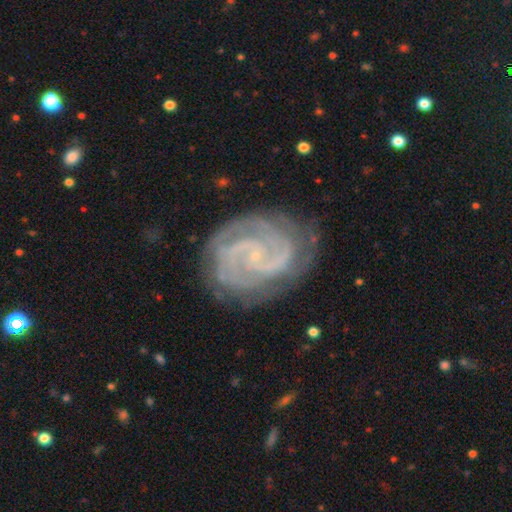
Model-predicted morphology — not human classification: Overall: featured or disk (90%). Edge-on disk: no (98%). Bar: no (51%; weak 36%). Spiral arms: yes (98%). Spiral arm count: 2 (64%). Spiral winding: tight (60%; medium 34%). Bulge size: small (84%). Merging: none (78%).